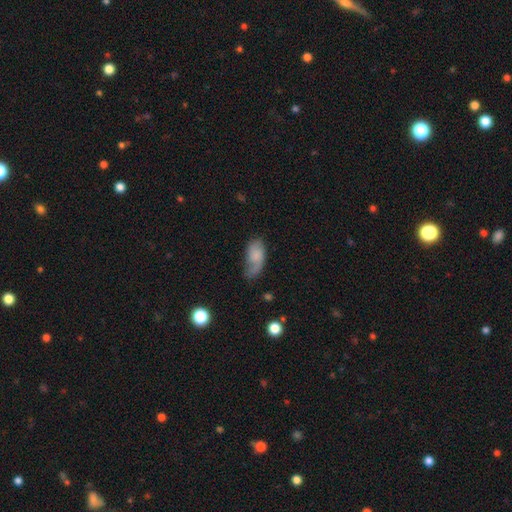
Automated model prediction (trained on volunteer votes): Overall: smooth (65%; featured or disk 27%). How rounded: in between (91%). Merging: none (39%; minor disturbance 34%).